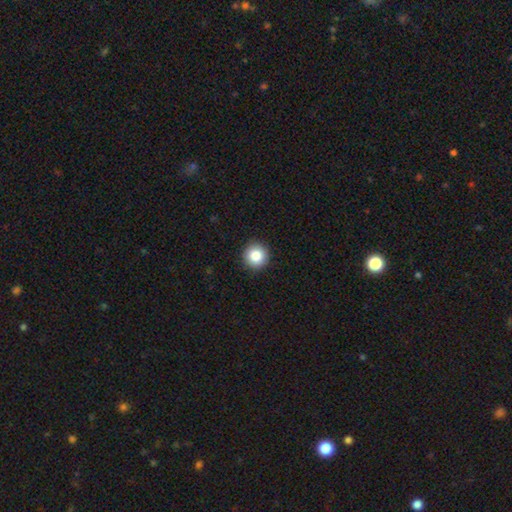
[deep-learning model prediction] This is clearly a smooth galaxy (85%). How rounded: clearly round (95%). Merging: clearly none (92%).